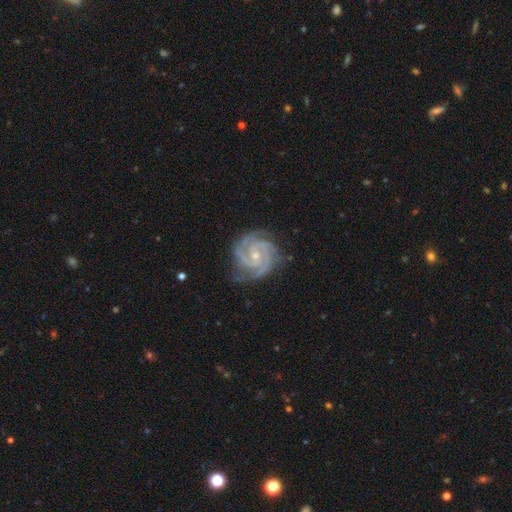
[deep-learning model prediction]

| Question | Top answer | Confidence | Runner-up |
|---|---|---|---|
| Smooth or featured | featured or disk | 93% | star or artifact (4%) |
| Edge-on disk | no | 98% | yes (2%) |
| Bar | no | 57% | weak (33%) |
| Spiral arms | yes | 99% | no (1%) |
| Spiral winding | tight | 72% | medium (25%) |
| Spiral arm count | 3 | 51% | 2 (17%) |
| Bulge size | small | 67% | moderate (30%) |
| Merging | none | 78% | minor disturbance (17%) |